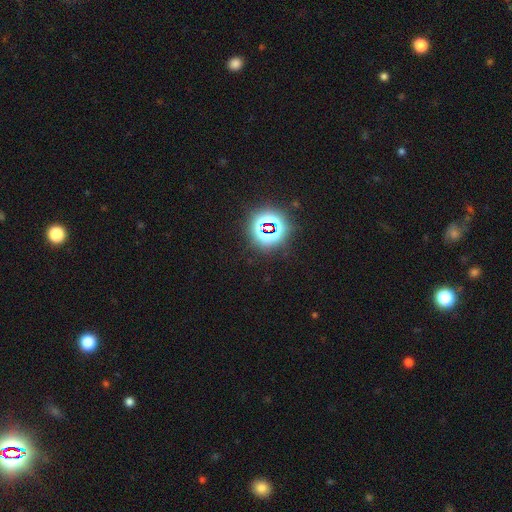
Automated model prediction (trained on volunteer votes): The model was most divided on "smooth or featured": star or artifact: 83%, smooth: 10%, featured or disk: 6%.